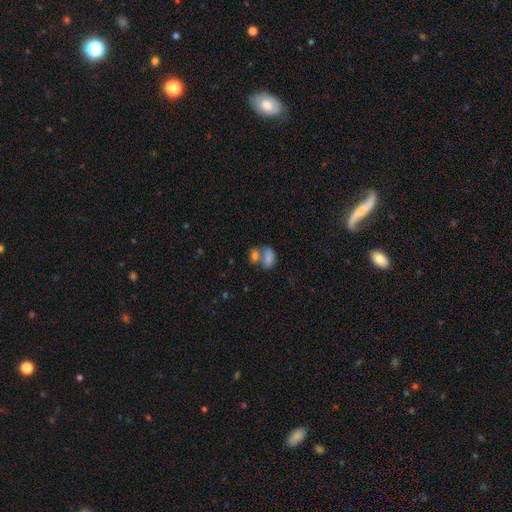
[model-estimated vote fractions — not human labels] Smooth or featured? Predicted: smooth (p=0.77). How rounded? Predicted: in between (p=0.79). Merging? Predicted: merger (p=0.58).